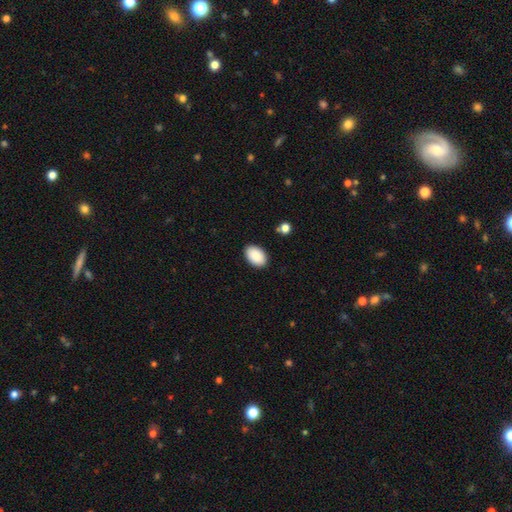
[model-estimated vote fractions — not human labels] This is clearly a smooth galaxy (89%). How rounded: clearly in between (90%). Merging: clearly none (89%).